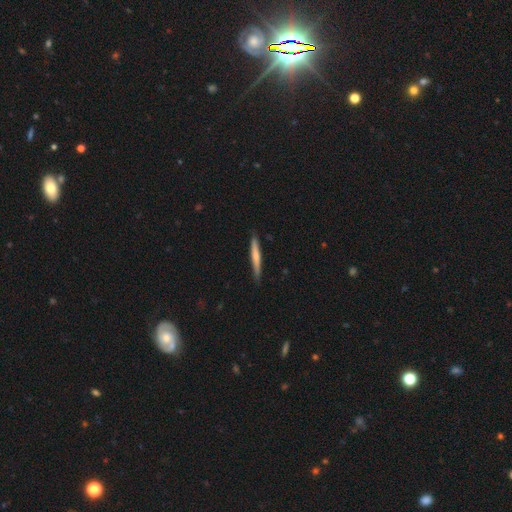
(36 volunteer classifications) Volunteers were most divided on "edge-on bulge": none: 57%, rounded: 38%, boxy: 5%. More confident: edge-on disk — yes (100%); merging — none (97%); smooth or featured — featured or disk (58%).